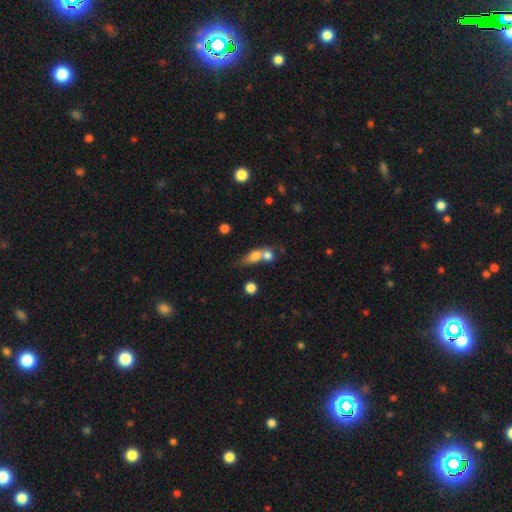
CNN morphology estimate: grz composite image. It shows a smooth galaxy with no disk features (70%) that is in between round and cigar-shaped (51%). Merging: merger (62%).